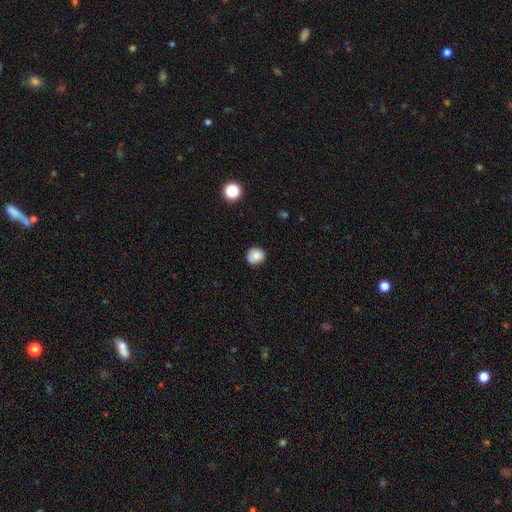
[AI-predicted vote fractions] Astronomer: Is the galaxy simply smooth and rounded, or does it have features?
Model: smooth — 83%.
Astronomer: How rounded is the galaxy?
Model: round — 81%.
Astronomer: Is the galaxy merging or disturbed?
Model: none — 80%.